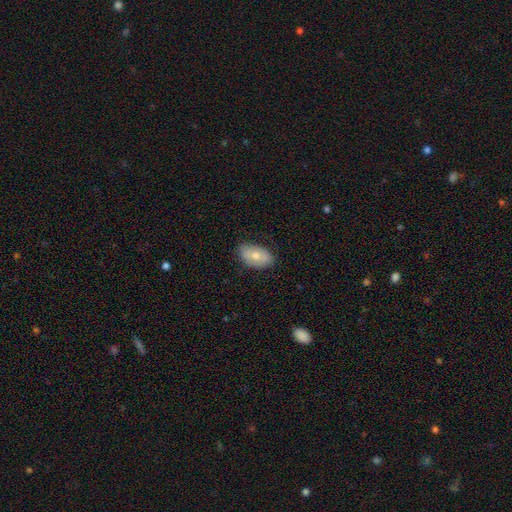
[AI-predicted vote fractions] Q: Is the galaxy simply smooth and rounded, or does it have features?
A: smooth — 69%.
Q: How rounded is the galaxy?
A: in between — 91%.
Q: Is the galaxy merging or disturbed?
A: none — 79%.